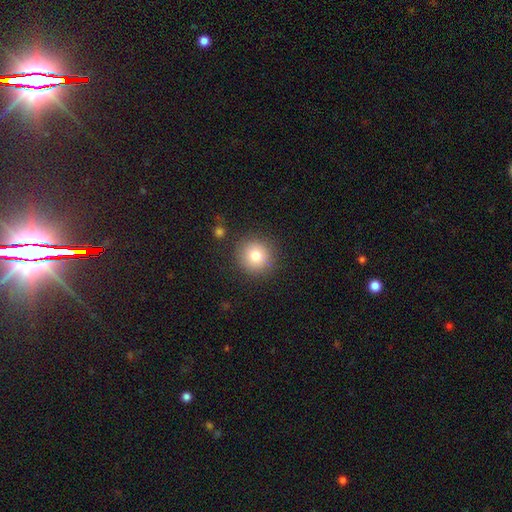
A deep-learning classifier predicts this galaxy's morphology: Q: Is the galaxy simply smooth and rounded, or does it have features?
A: smooth — 78%.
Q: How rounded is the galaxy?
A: round — 93%.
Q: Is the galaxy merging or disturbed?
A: none — 87%.